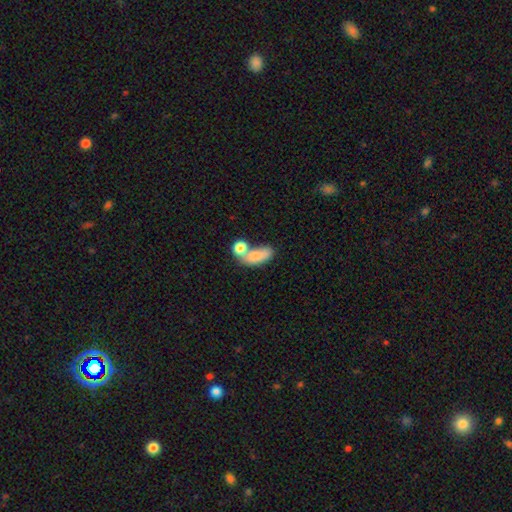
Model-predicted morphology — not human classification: smooth 79%, featured or disk 13%, star or artifact 8%. Down the decision tree: how rounded — in between (80%); merging — merger (49%).